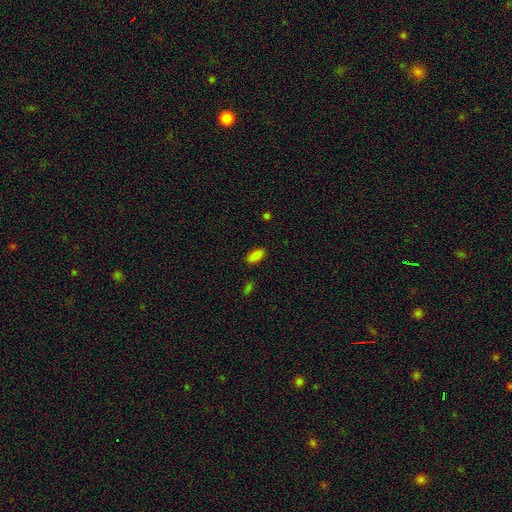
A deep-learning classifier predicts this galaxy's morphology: type=smooth (87%); roundness=in between (84%); merging=none (88%).